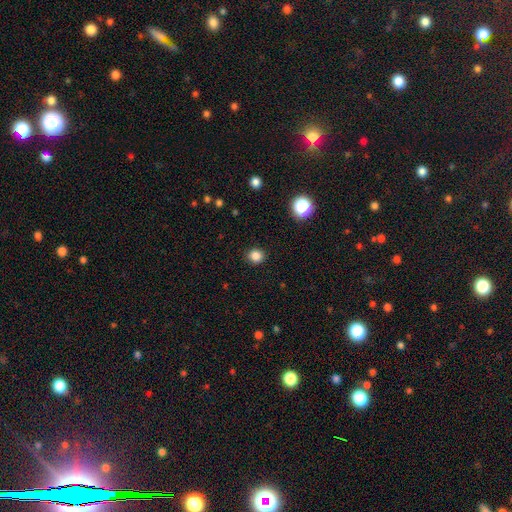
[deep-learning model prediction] Overall: smooth (84%). How rounded: round (86%). Merging: none (91%).